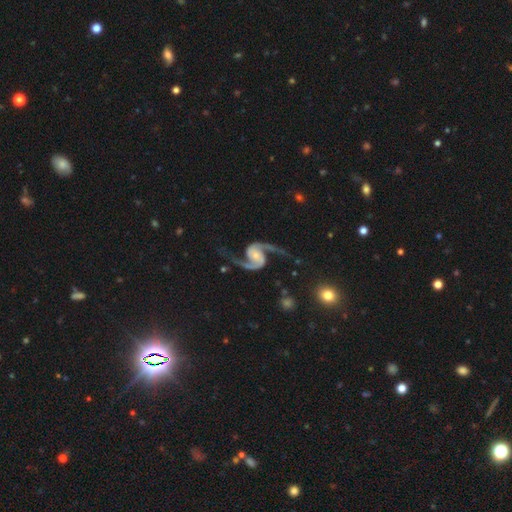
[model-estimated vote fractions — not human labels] Smooth or featured? Predicted: featured or disk (p=0.94). Edge-on disk? Predicted: no (p=0.98). Bar? Predicted: no (p=0.63). Spiral arms? Predicted: yes (p=0.99). Spiral winding? Predicted: loose (p=0.53). Spiral arm count? Predicted: 2 (p=0.95). Bulge size? Predicted: small (p=0.58). Merging? Predicted: none (p=0.73).